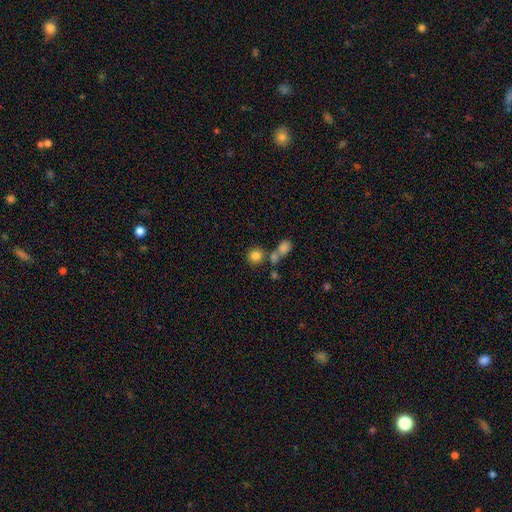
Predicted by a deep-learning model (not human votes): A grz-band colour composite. It shows a smooth galaxy with no disk features (81%) that is round (87%). Merging: none (61%).